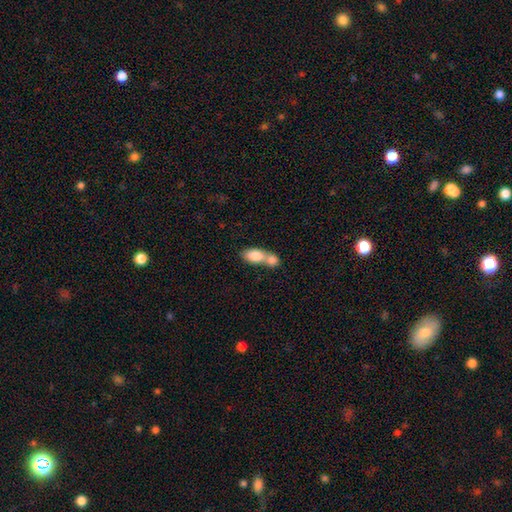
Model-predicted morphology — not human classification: Overall: smooth (79%). How rounded: in between (83%). Merging: merger (70%).